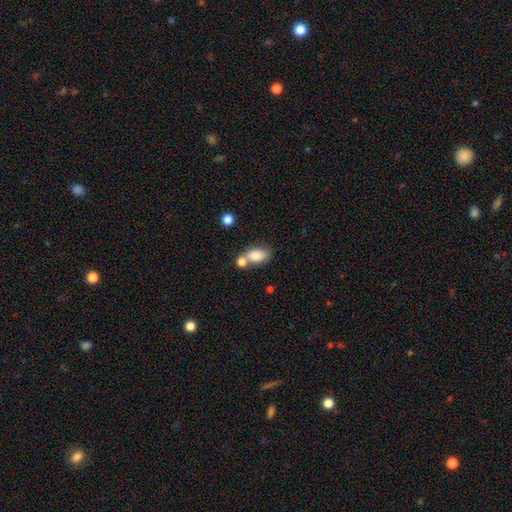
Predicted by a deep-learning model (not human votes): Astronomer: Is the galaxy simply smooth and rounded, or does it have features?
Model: smooth — 80%.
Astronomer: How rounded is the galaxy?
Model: in between — 87%.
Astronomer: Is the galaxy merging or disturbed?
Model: none — 48% (runner-up: merger, 35%).